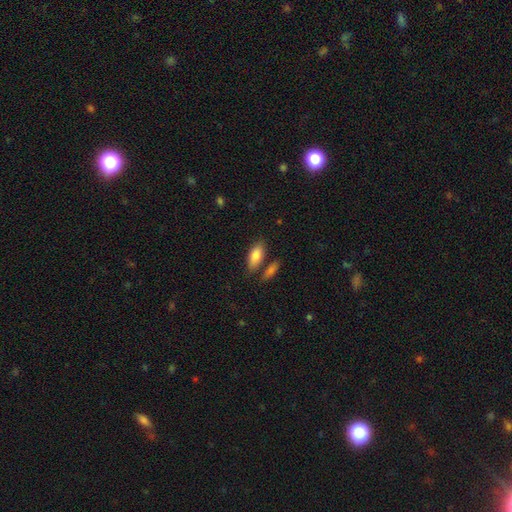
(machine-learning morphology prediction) A smooth galaxy with no disk features (84%) that is in between round and cigar-shaped (86%).

Vote fractions:
- Smooth or featured? smooth: 84% / featured or disk: 10% / star or artifact: 6%
- How rounded? in between: 86% / cigar-shaped: 11% / round: 3%
- Merging? none: 70% / merger: 14% / minor disturbance: 12% / major disturbance: 3%